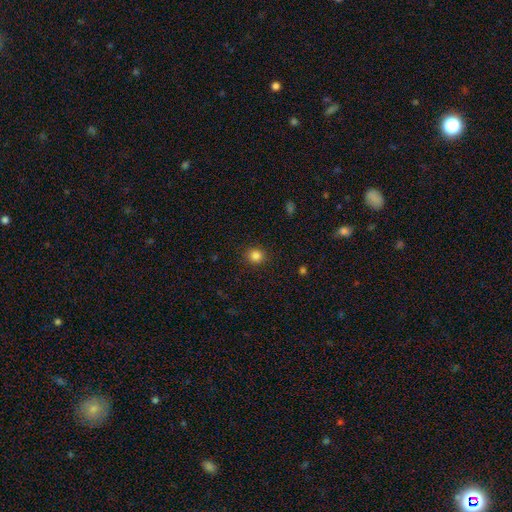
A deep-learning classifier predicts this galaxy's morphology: Smooth or featured? smooth (84%)
How rounded? round (89%)
Merging? none (91%)